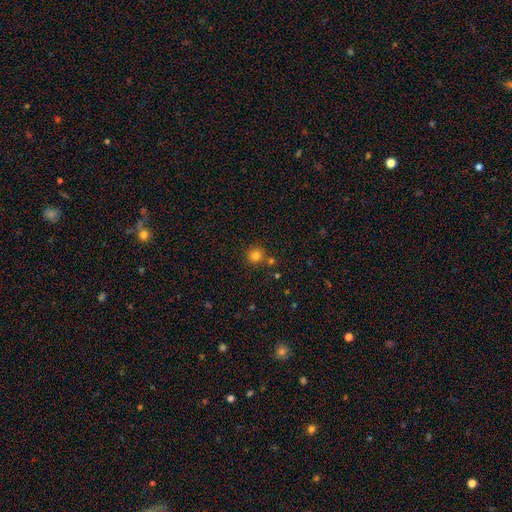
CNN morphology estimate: Smooth or featured: smooth — 80% (star or artifact — 14%)
How rounded: round — 92% (in between — 7%)
Merging: none — 77% (merger — 12%)